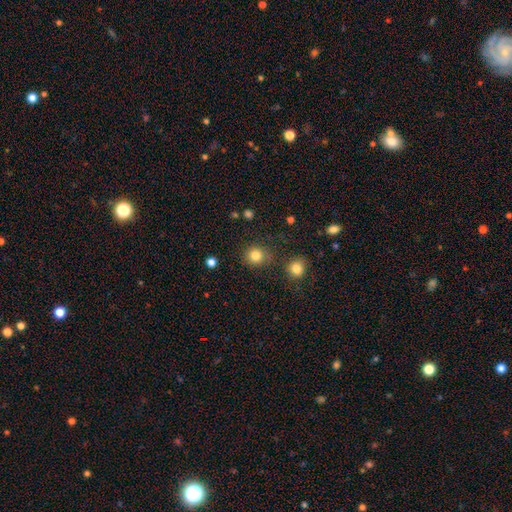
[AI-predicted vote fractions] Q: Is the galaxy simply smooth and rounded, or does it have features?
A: smooth — 83%.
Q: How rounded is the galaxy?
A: round — 86%.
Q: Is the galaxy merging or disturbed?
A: none — 83%.